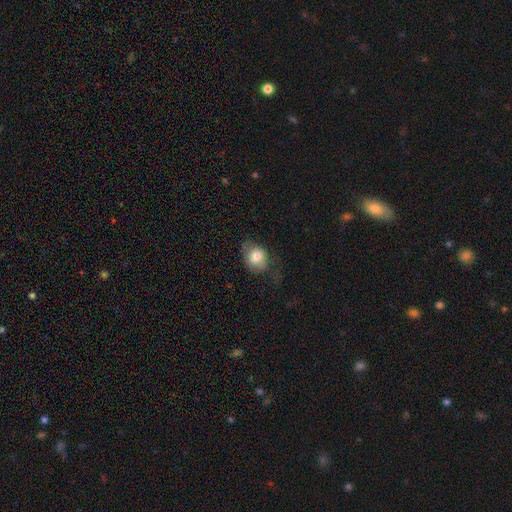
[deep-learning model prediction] smooth 76%, featured or disk 16%, star or artifact 8%. Down the decision tree: how rounded — round (50%); merging — none (46%).